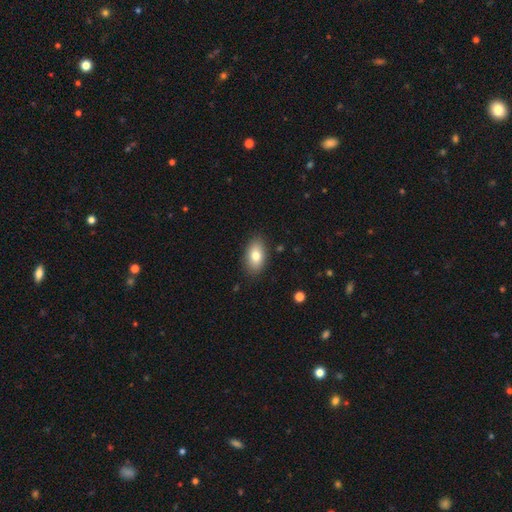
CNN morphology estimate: Q: Smooth or featured?
A: smooth (79%); runner-up: featured or disk (14%)
Q: How rounded?
A: in between (91%); runner-up: round (7%)
Q: Merging?
A: none (87%); runner-up: minor disturbance (10%)